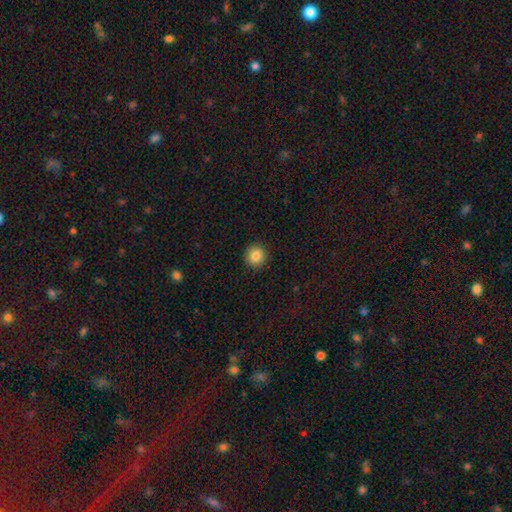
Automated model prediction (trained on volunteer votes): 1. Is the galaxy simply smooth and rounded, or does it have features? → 85% smooth, 10% star or artifact, 5% featured or disk.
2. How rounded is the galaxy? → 93% round, 6% in between, 1% cigar-shaped.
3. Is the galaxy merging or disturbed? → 92% none, 5% minor disturbance, 2% major disturbance, 1% merger.